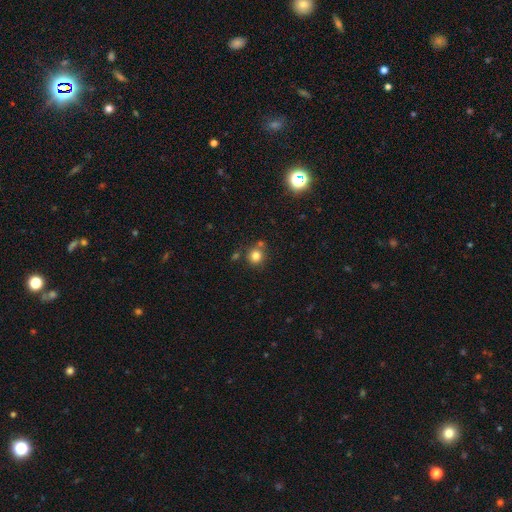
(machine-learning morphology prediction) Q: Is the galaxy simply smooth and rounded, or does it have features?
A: smooth — 81%.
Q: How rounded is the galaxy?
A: round — 92%.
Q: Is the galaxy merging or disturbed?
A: none — 74%.